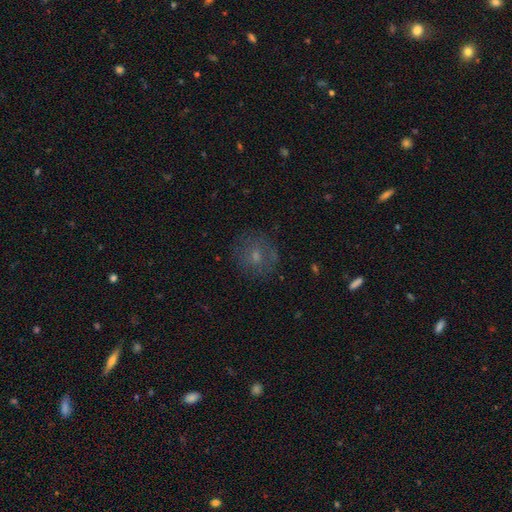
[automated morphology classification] Smooth or featured? smooth (54%)
How rounded? round (81%)
Merging? none (76%)